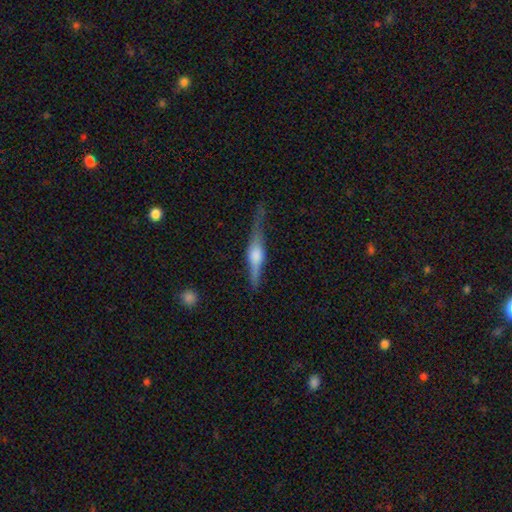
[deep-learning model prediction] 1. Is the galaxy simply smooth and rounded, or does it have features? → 74% featured or disk, 20% smooth, 6% star or artifact.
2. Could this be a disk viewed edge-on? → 97% yes, 3% no.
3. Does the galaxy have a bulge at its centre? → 86% rounded, 11% boxy, 3% none.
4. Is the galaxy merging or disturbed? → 70% none, 22% minor disturbance, 6% major disturbance, 2% merger.